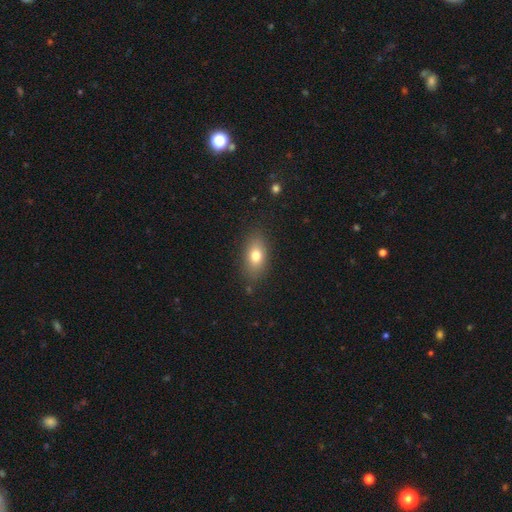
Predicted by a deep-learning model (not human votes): smooth 76%, featured or disk 15%, star or artifact 10%. Down the decision tree: how rounded — in between (83%); merging — none (84%).